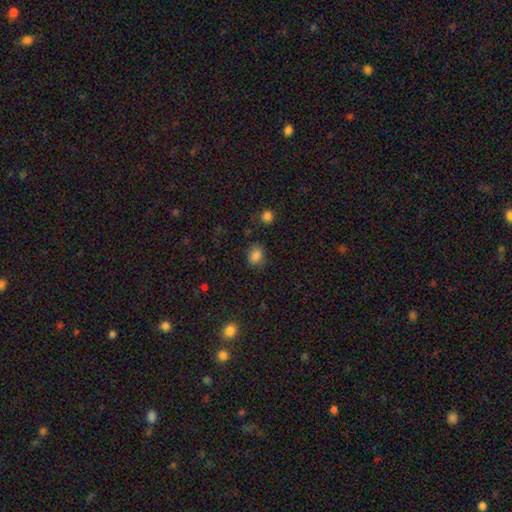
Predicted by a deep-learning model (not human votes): This appears to be a smooth galaxy with no disk features (83%) that is in between round and cigar-shaped (51%). Merging: none (78%).